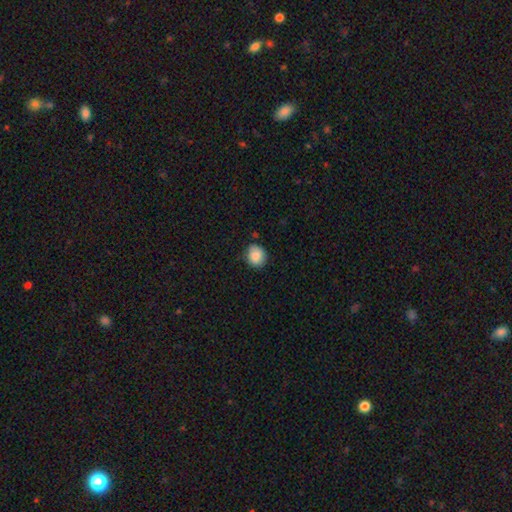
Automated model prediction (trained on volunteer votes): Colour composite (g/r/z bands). It shows a smooth galaxy with no disk features (87%) that is round (79%). Merging: none (78%).